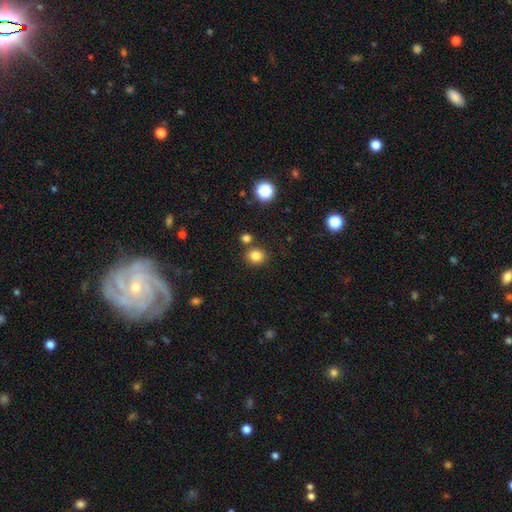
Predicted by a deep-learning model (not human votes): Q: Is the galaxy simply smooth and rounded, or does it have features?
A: smooth — 82%.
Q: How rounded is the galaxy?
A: round — 79%.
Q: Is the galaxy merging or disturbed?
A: none — 79%.